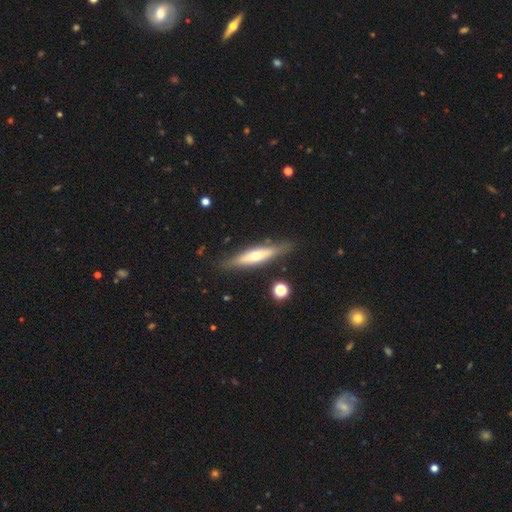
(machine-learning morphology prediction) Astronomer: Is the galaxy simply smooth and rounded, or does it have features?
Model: featured or disk — 55% (runner-up: smooth, 39%).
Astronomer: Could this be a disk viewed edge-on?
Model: yes — 86%.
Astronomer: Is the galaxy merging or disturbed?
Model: none — 84%.